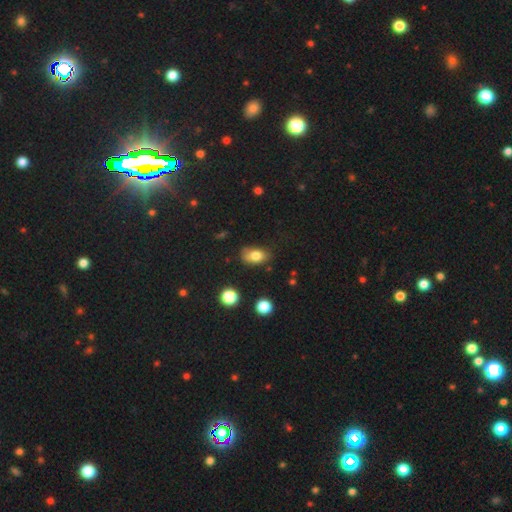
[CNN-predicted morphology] The model was most divided on "merging": none: 62%, minor disturbance: 27%, major disturbance: 8%, merger: 3%. More confident: how rounded — in between (83%); smooth or featured — smooth (79%).